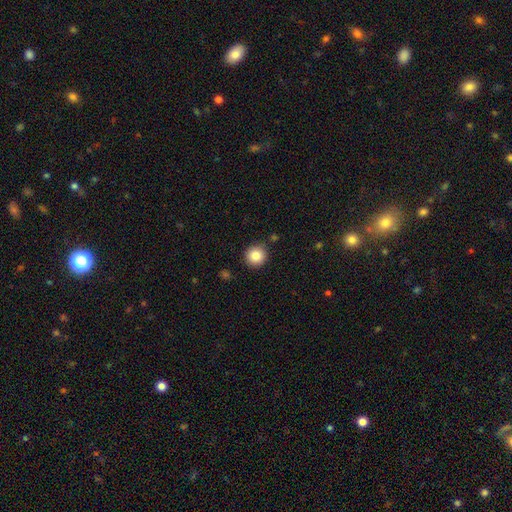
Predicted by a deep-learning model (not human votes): Smooth or featured? smooth (85%)
How rounded? round (93%)
Merging? none (88%)